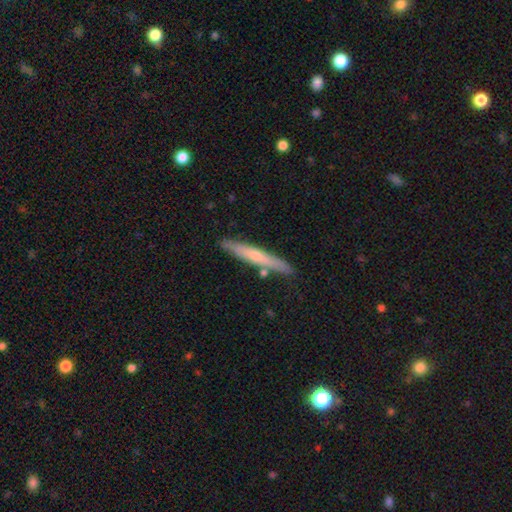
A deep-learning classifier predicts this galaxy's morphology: The model was most divided on "smooth or featured": smooth: 53%, featured or disk: 42%, star or artifact: 6%. More confident: how rounded — cigar-shaped (95%); merging — none (83%).